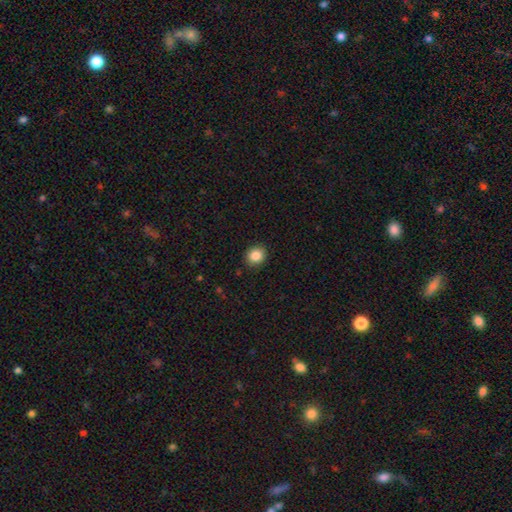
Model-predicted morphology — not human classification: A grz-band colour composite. It shows a smooth galaxy with no disk features (86%) that is round (74%). Merging: none (90%).